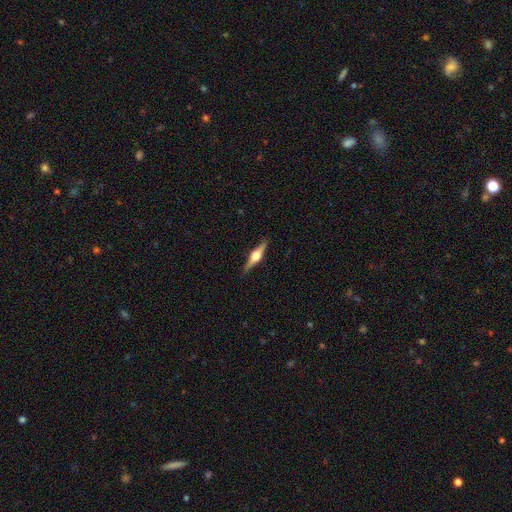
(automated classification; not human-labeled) smooth-or-featured: featured or disk: 76% | smooth: 19% | star or artifact: 5%
  disk-edge-on: yes: 98% | no: 2%
    edge-on-bulge: rounded: 94% | boxy: 5% | none: 1%
  merging: none: 89% | minor disturbance: 9% | major disturbance: 2% | merger: 1%